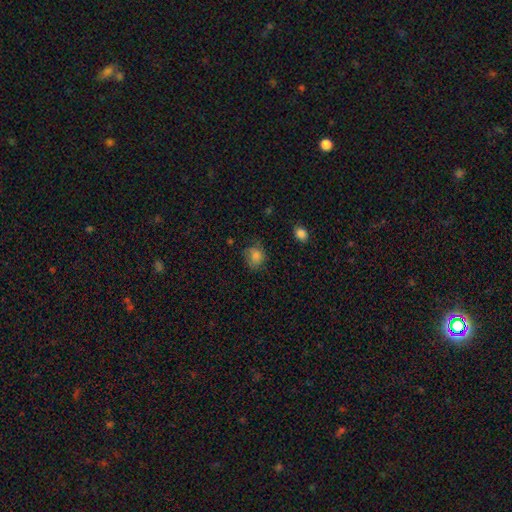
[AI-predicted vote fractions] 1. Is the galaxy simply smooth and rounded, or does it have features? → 75% smooth, 13% featured or disk, 12% star or artifact.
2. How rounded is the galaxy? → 60% round, 39% in between, 1% cigar-shaped.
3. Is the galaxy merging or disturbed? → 58% none, 27% minor disturbance, 12% major disturbance, 2% merger.